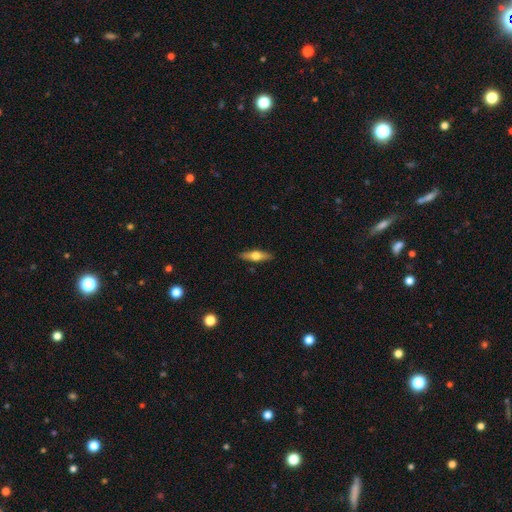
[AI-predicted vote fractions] Smooth or featured: featured or disk — 52% (smooth — 42%)
Edge-on disk: yes — 92% (no — 8%)
Merging: none — 90% (minor disturbance — 8%)